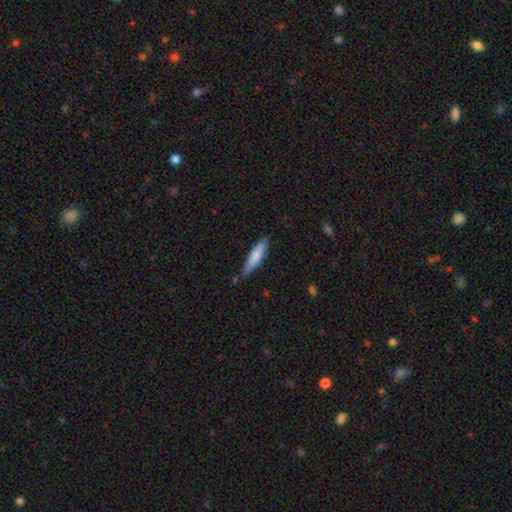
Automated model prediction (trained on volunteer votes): Q: Smooth or featured?
A: smooth (75%); runner-up: featured or disk (20%)
Q: How rounded?
A: cigar-shaped (75%); runner-up: in between (24%)
Q: Merging?
A: none (72%); runner-up: minor disturbance (22%)